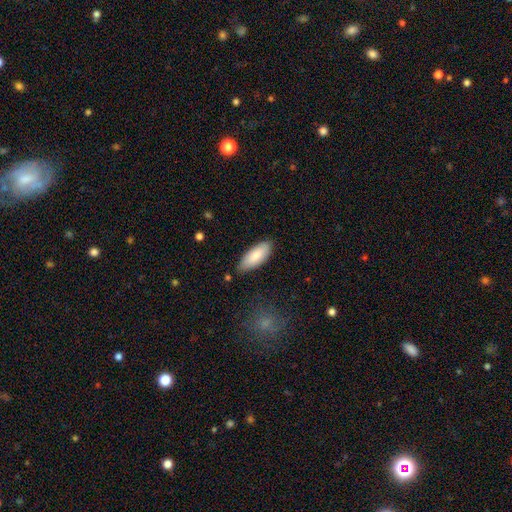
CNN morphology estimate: A smooth galaxy with no disk features (83%) that is in between round and cigar-shaped (83%). Merging: none (81%).